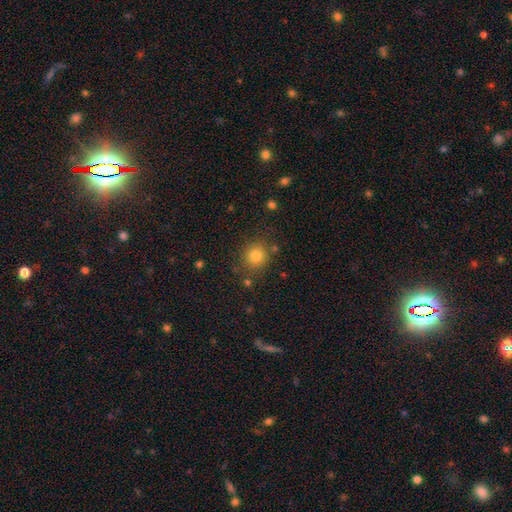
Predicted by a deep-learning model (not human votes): Smooth or featured? Predicted: smooth (p=0.81). How rounded? Predicted: round (p=0.90). Merging? Predicted: none (p=0.83).